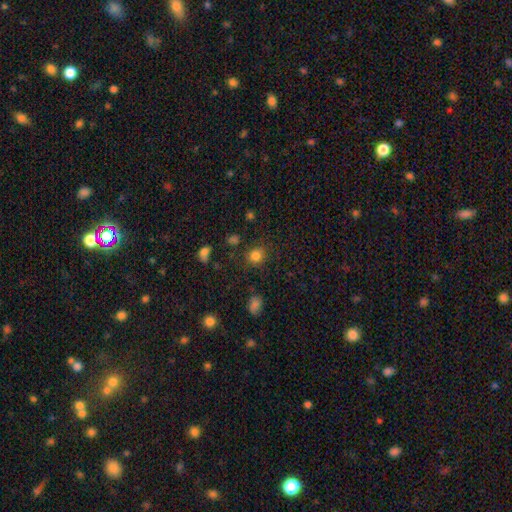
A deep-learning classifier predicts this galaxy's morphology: smooth 82%, star or artifact 13%, featured or disk 5%. Down the decision tree: how rounded — round (82%); merging — none (83%).